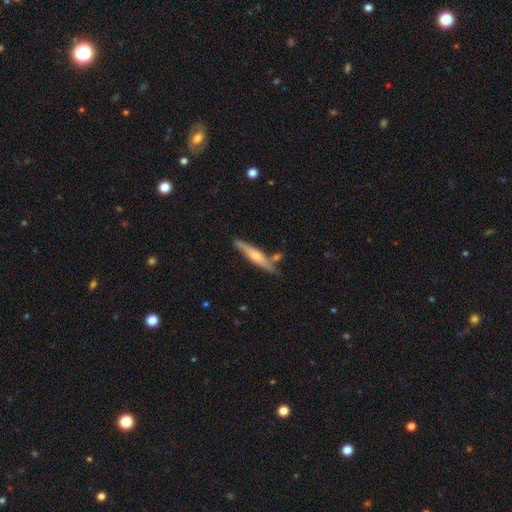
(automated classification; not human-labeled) A featured or disk galaxy (51%) viewed edge-on (91%).

Vote fractions:
- Smooth or featured? featured or disk: 51% / smooth: 43% / star or artifact: 6%
- Edge-on disk? yes: 91% / no: 9%
- Merging? none: 72% / minor disturbance: 15% / merger: 9% / major disturbance: 3%